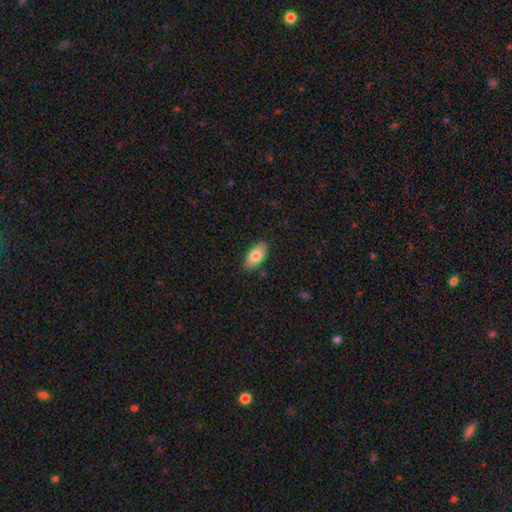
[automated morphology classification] This appears to be a smooth galaxy with no disk features (78%) that is in between round and cigar-shaped (91%). Merging: none (88%).